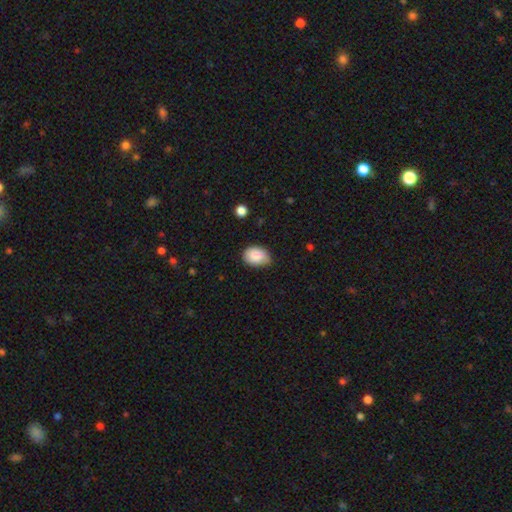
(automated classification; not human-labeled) smooth-or-featured: smooth: 87% | star or artifact: 7% | featured or disk: 6%
  how-rounded: in between: 77% | round: 22% | cigar-shaped: 1%
  merging: none: 63% | minor disturbance: 31% | major disturbance: 4% | merger: 2%